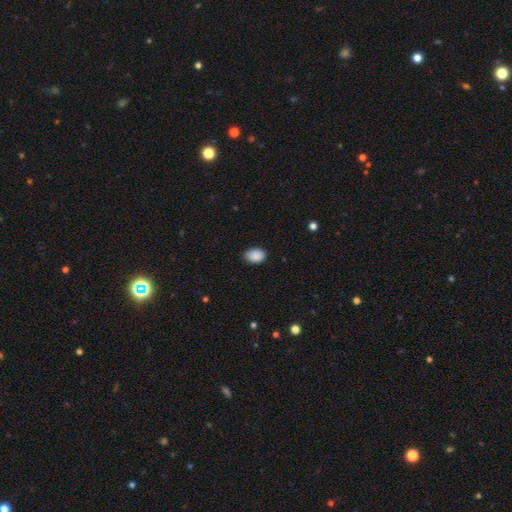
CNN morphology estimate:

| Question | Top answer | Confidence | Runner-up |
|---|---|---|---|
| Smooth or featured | smooth | 89% | star or artifact (8%) |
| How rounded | in between | 81% | round (18%) |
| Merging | none | 77% | minor disturbance (20%) |